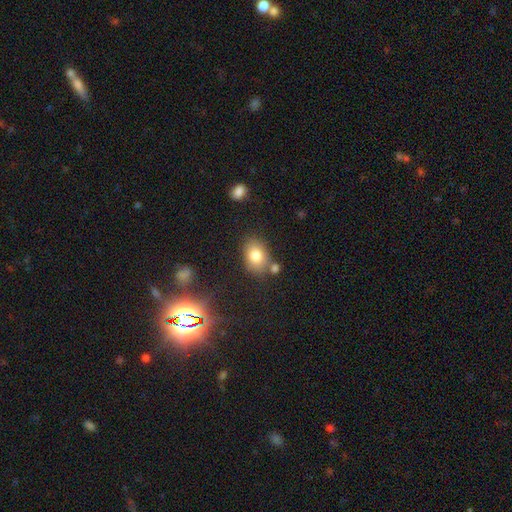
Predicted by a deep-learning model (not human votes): Smooth or featured: smooth — 78% (featured or disk — 11%)
How rounded: in between — 73% (round — 26%)
Merging: none — 71% (minor disturbance — 14%)